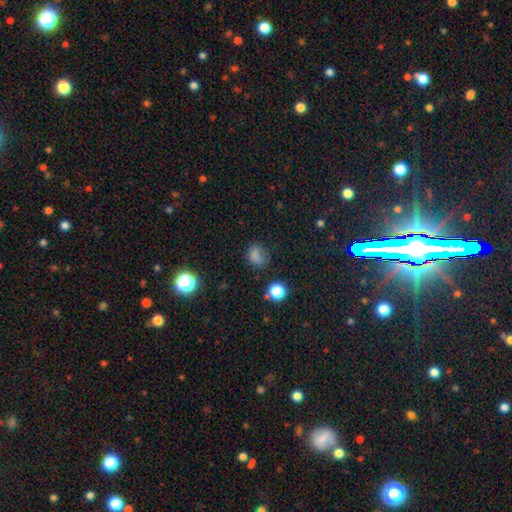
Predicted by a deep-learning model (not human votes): Smooth or featured?
  - smooth: 71% *
  - star or artifact: 21%
  - featured or disk: 8%
How rounded?
  - round: 52% *
  - in between: 46%
  - cigar-shaped: 2%
Merging?
  - none: 58% *
  - minor disturbance: 25%
  - major disturbance: 12%
  - merger: 5%